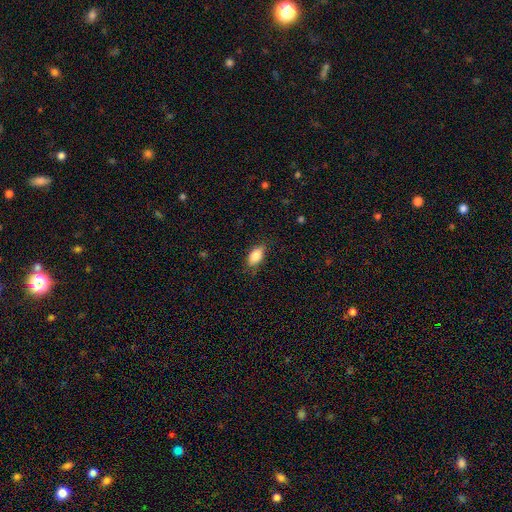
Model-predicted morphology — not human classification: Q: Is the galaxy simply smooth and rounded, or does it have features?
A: smooth — 84%.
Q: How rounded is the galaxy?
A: in between — 89%.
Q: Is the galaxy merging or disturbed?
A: none — 79%.